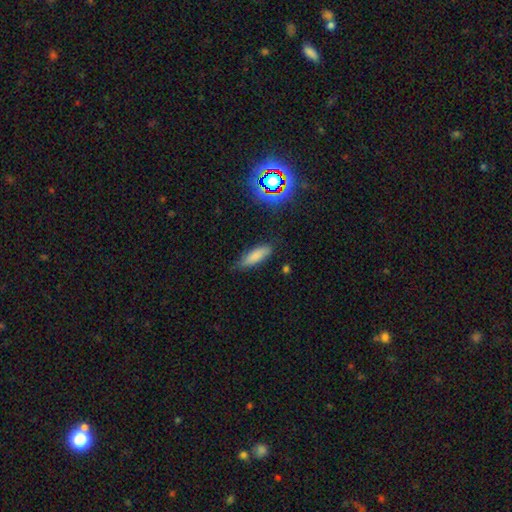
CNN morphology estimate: Smooth or featured: smooth — 79% (featured or disk — 11%)
How rounded: in between — 53% (cigar-shaped — 45%)
Merging: none — 74% (minor disturbance — 20%)